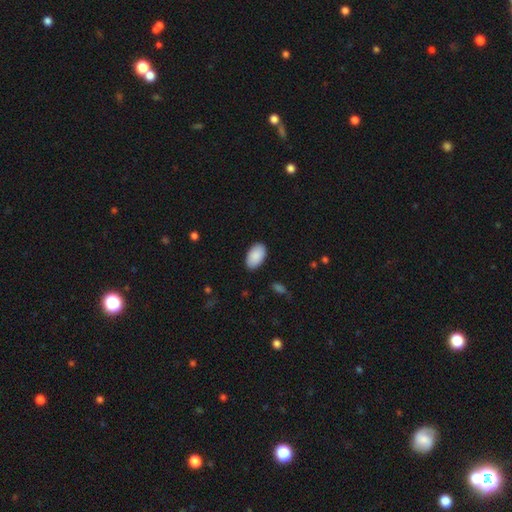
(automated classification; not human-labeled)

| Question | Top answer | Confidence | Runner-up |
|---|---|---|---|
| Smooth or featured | smooth | 90% | star or artifact (6%) |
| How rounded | in between | 95% | round (4%) |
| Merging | none | 88% | minor disturbance (9%) |